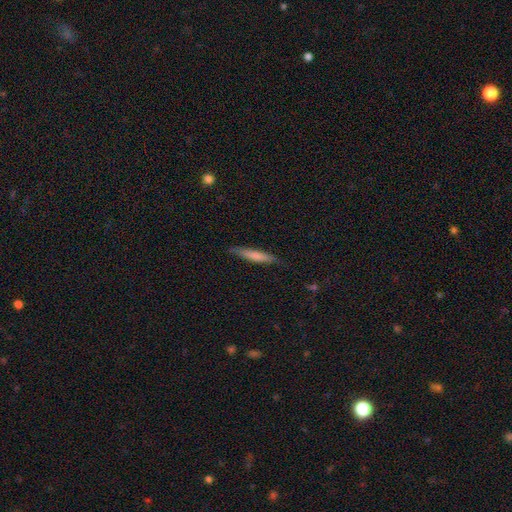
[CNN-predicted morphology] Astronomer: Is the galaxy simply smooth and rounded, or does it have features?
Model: smooth — 69%.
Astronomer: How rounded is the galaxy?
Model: cigar-shaped — 92%.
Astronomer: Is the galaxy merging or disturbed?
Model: none — 84%.